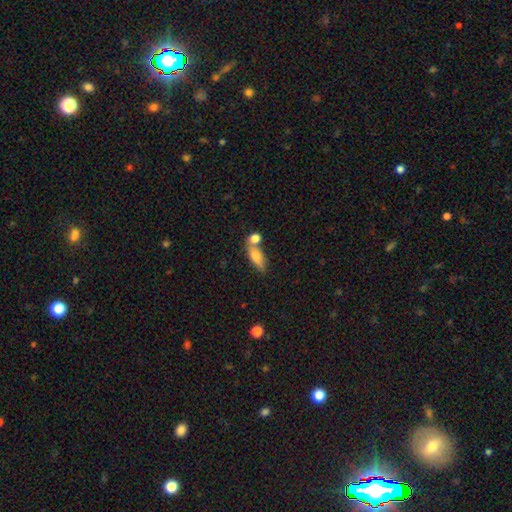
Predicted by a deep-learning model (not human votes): smooth 74%, featured or disk 18%, star or artifact 8%. Down the decision tree: how rounded — in between (66%); merging — none (49%).